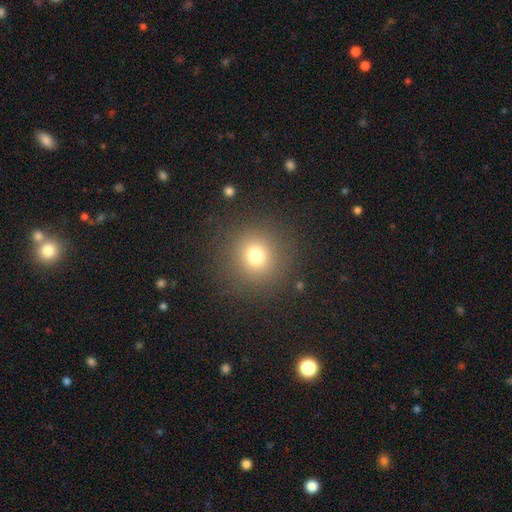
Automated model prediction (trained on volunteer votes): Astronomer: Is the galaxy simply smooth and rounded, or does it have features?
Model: smooth — 74%.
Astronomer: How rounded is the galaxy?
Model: round — 93%.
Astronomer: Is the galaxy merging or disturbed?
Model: none — 88%.